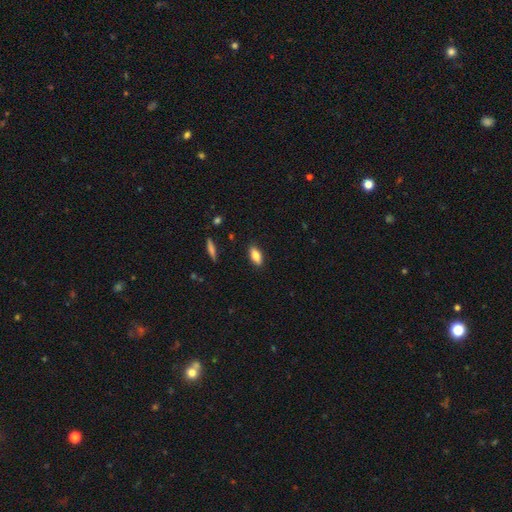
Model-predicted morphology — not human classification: Smooth or featured? smooth (80%)
How rounded? in between (82%)
Merging? none (87%)